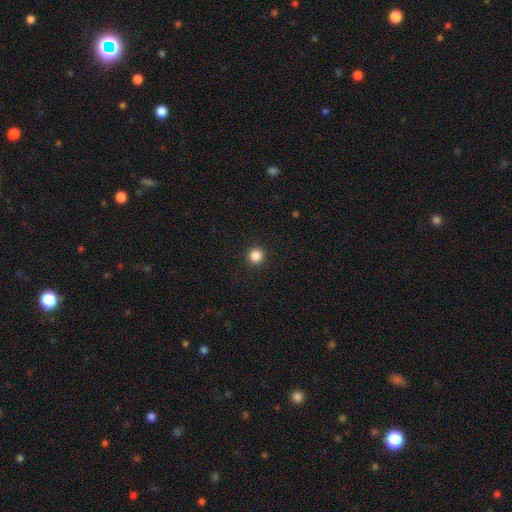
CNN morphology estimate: smooth_or_featured: smooth (p=0.85) [alt: star or artifact p=0.12]
how_rounded: round (p=0.94) [alt: in between p=0.05]
merging: none (p=0.93) [alt: minor disturbance p=0.05]